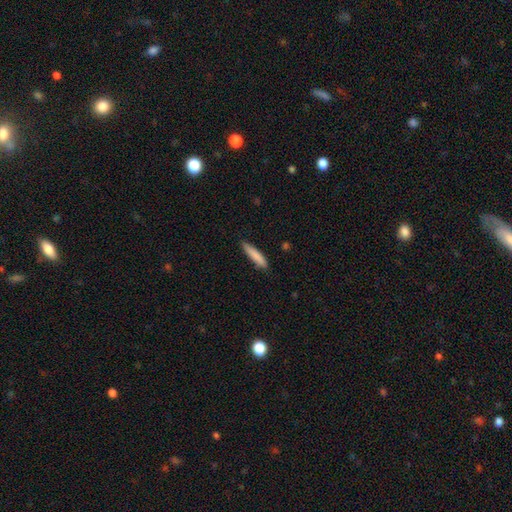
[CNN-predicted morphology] smooth-or-featured: smooth: 84% | featured or disk: 11% | star or artifact: 6%
  how-rounded: cigar-shaped: 87% | in between: 12% | round: 1%
  merging: none: 86% | minor disturbance: 11% | major disturbance: 2% | merger: 1%